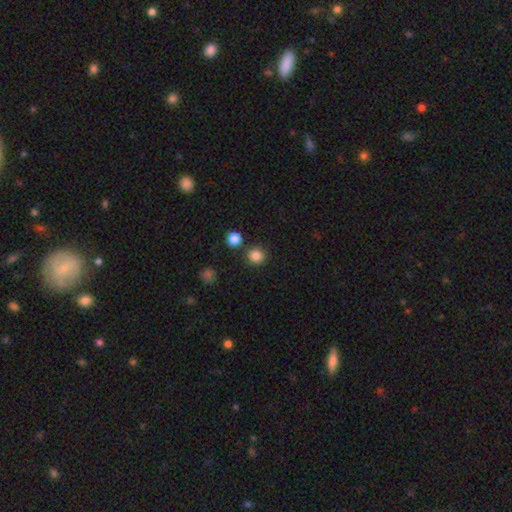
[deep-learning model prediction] smooth-or-featured: smooth: 84% | star or artifact: 12% | featured or disk: 4%
  how-rounded: round: 93% | in between: 6% | cigar-shaped: 1%
  merging: none: 86% | merger: 6% | minor disturbance: 6% | major disturbance: 2%